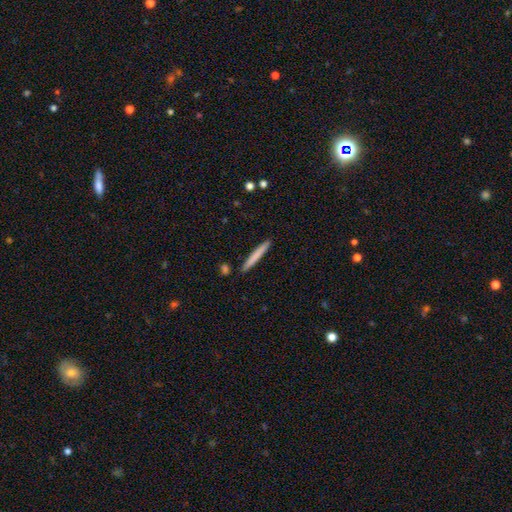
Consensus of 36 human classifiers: smooth-or-featured: smooth: 72% | featured or disk: 28% | star or artifact: 0%
  how-rounded: cigar-shaped: 92% | in between: 8% | round: 0%
  merging: none: 94% | minor disturbance: 6% | major disturbance: 0% | merger: 0%